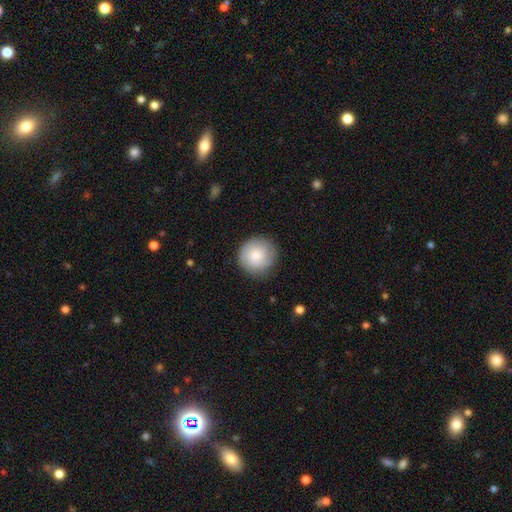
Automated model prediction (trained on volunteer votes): Smooth or featured?
  - smooth: 79% *
  - featured or disk: 15%
  - star or artifact: 6%
How rounded?
  - round: 94% *
  - in between: 5%
  - cigar-shaped: 1%
Merging?
  - none: 85% *
  - minor disturbance: 11%
  - major disturbance: 3%
  - merger: 1%